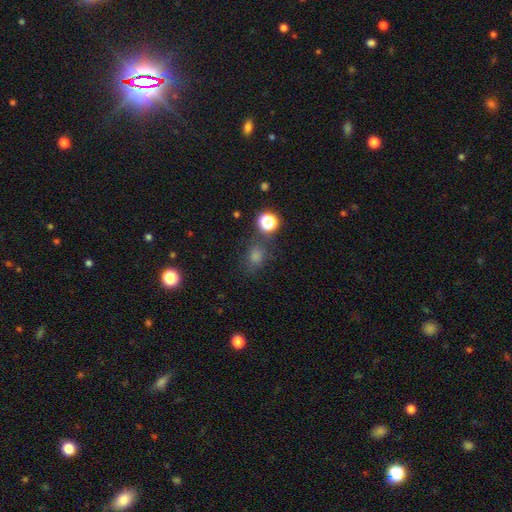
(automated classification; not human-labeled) The model was most divided on "how rounded": round: 58%, in between: 40%, cigar-shaped: 2%. More confident: merging — none (75%); smooth or featured — smooth (65%).